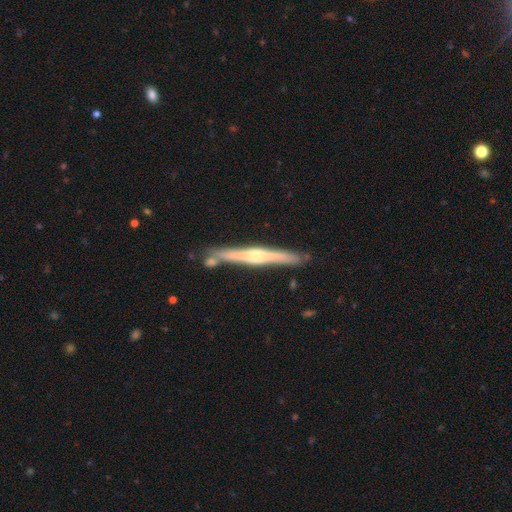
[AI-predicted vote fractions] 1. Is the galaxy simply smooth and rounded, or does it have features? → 70% featured or disk, 25% smooth, 5% star or artifact.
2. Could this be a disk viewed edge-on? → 97% yes, 3% no.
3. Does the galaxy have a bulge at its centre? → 73% rounded, 16% none, 11% boxy.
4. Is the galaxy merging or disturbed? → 81% none, 11% minor disturbance, 6% merger, 2% major disturbance.